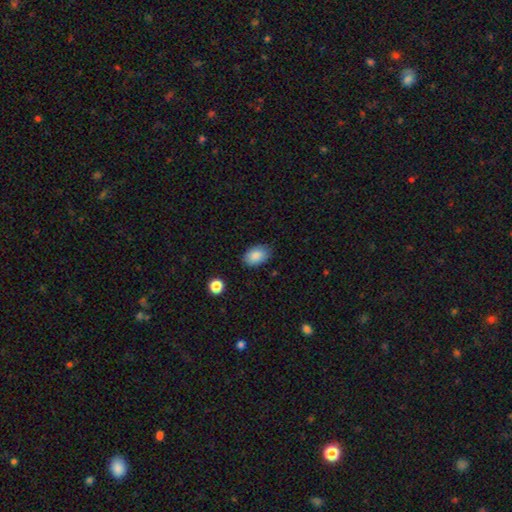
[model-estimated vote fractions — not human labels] Morphology: type=smooth (87%); roundness=in between (89%); merging=none (83%).